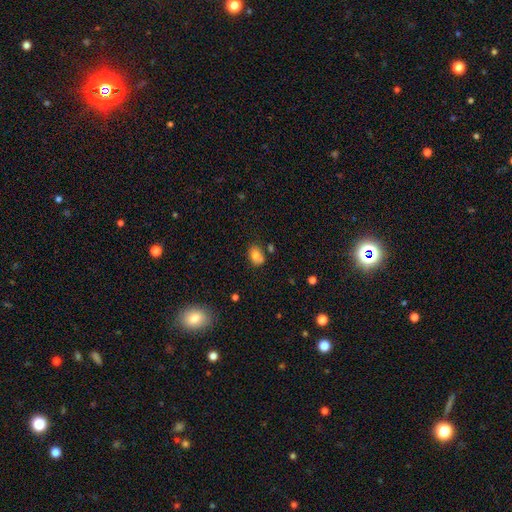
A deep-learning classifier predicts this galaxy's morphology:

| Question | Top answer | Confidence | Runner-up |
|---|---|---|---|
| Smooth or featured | smooth | 77% | featured or disk (12%) |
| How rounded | in between | 73% | round (26%) |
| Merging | none | 65% | minor disturbance (20%) |